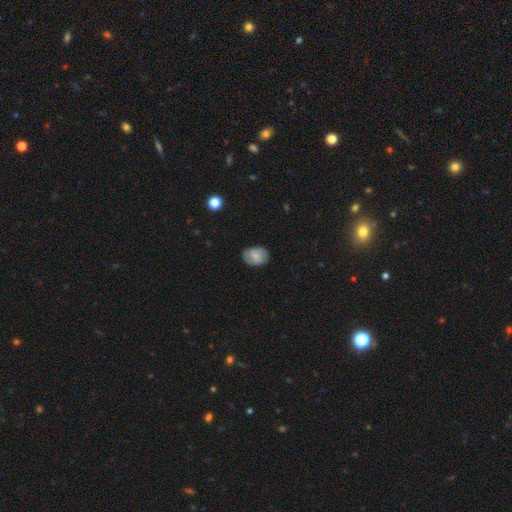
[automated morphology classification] This is possibly a smooth galaxy (56%). How rounded: likely in between (67%). Merging: clearly none (80%).